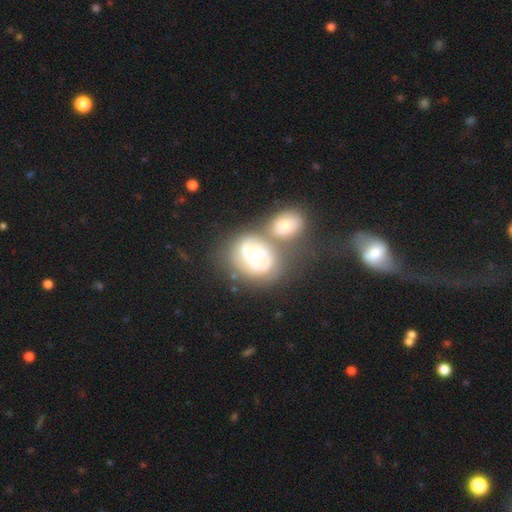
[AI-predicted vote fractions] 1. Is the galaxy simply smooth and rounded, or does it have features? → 69% featured or disk, 24% smooth, 7% star or artifact.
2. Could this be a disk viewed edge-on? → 97% no, 3% yes.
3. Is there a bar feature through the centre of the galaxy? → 65% no, 27% weak, 8% strong.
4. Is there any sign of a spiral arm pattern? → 76% yes, 24% no.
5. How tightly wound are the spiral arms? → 57% tight, 32% medium, 11% loose.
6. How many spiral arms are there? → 49% 2, 28% can't tell, 9% 3, 9% 1, 2% 4, 2% more than 4.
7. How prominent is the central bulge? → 68% moderate, 19% small, 10% large, 2% dominant, 2% none.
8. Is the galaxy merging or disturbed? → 40% none, 36% merger, 15% minor disturbance, 9% major disturbance.